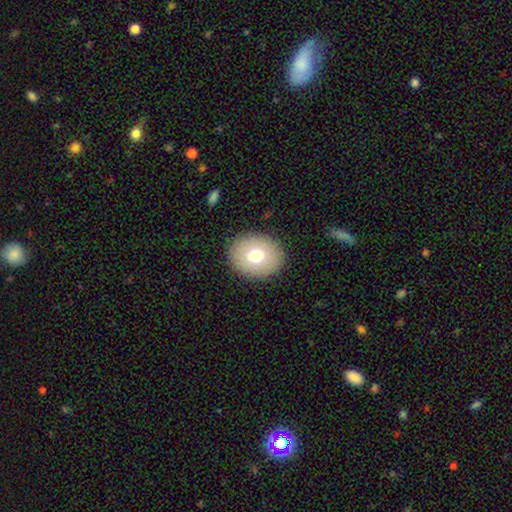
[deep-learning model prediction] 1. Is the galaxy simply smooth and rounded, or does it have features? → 73% smooth, 18% featured or disk, 10% star or artifact.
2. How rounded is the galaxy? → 57% round, 42% in between, 1% cigar-shaped.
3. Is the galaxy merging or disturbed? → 89% none, 7% minor disturbance, 3% major disturbance, 1% merger.